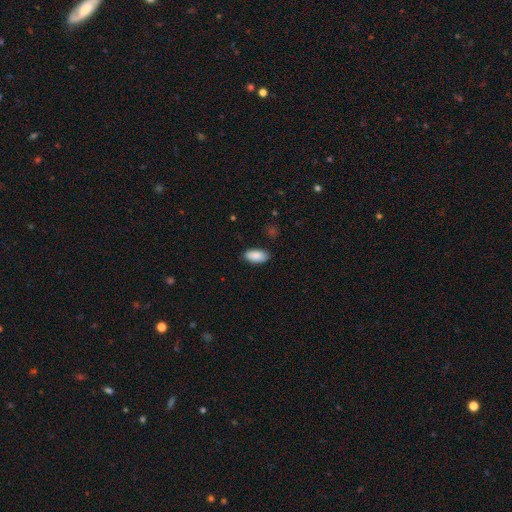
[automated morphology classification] This appears to be a smooth galaxy with no disk features (89%) that is in between round and cigar-shaped (92%). Merging: none (86%).